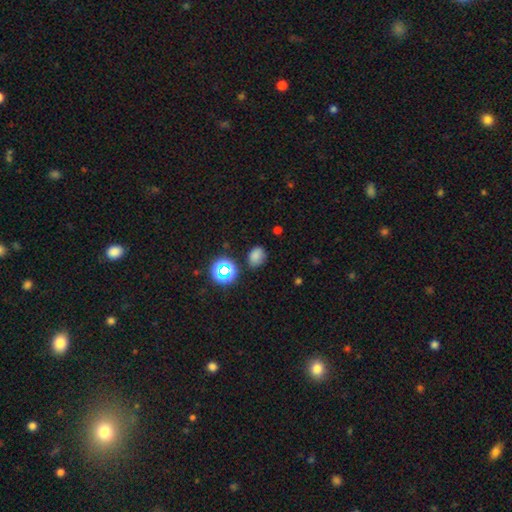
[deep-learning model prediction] Morphology: type=smooth (73%); roundness=in between (60%); merging=none (75%).